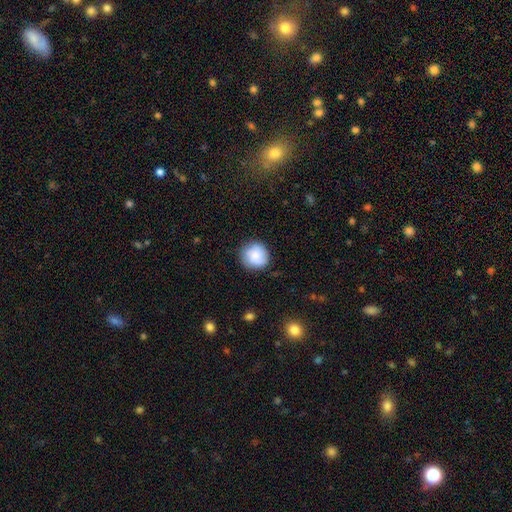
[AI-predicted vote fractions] This appears to be a smooth galaxy with no disk features (79%) that is round (91%). Merging: none (82%).